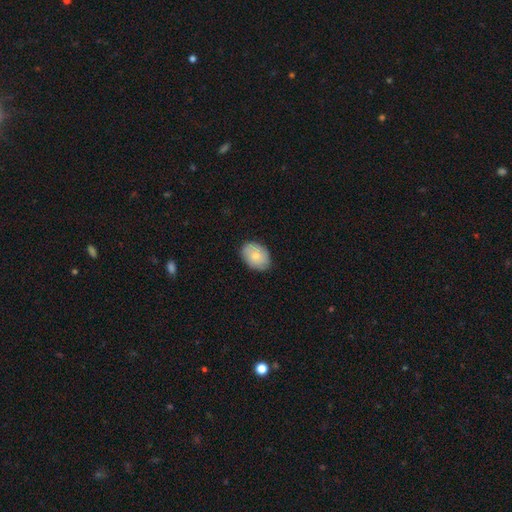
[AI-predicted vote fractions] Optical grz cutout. It shows a smooth galaxy with no disk features (77%) that is in between round and cigar-shaped (76%). Merging: none (83%).